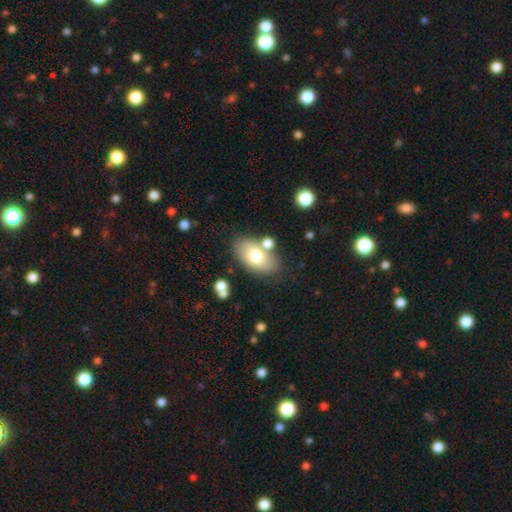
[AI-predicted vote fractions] A smooth galaxy with no disk features (69%) that is in between round and cigar-shaped (91%).

Vote fractions:
- Smooth or featured? smooth: 69% / featured or disk: 23% / star or artifact: 8%
- How rounded? in between: 91% / round: 7% / cigar-shaped: 2%
- Merging? none: 72% / minor disturbance: 13% / merger: 11% / major disturbance: 4%